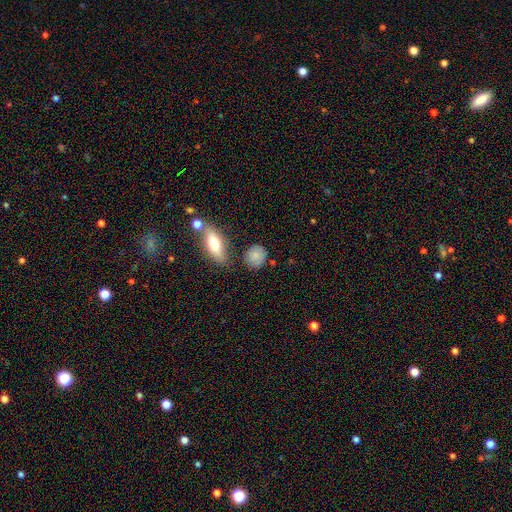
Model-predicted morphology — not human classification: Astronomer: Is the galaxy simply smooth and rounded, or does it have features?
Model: smooth — 82%.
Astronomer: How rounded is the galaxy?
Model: round — 72%.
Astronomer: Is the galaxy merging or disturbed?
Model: none — 76%.